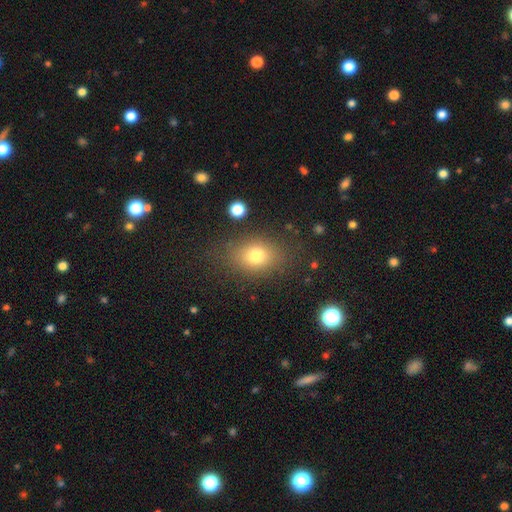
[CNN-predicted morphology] Overall: smooth (77%). How rounded: in between (63%; round 36%). Merging: none (79%).